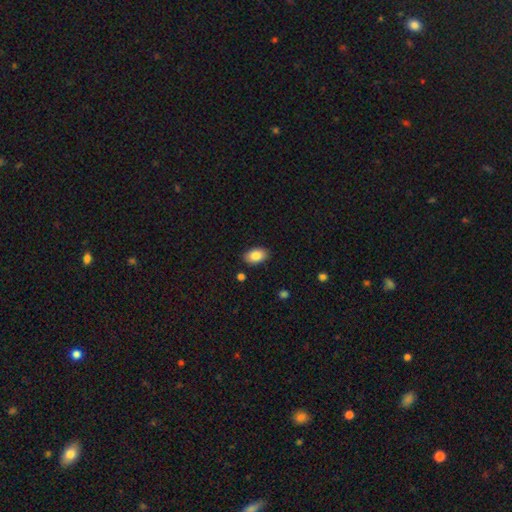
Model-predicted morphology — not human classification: Smooth or featured?
  - smooth: 85% *
  - featured or disk: 7%
  - star or artifact: 7%
How rounded?
  - in between: 91% *
  - round: 7%
  - cigar-shaped: 1%
Merging?
  - none: 88% *
  - minor disturbance: 9%
  - major disturbance: 2%
  - merger: 2%